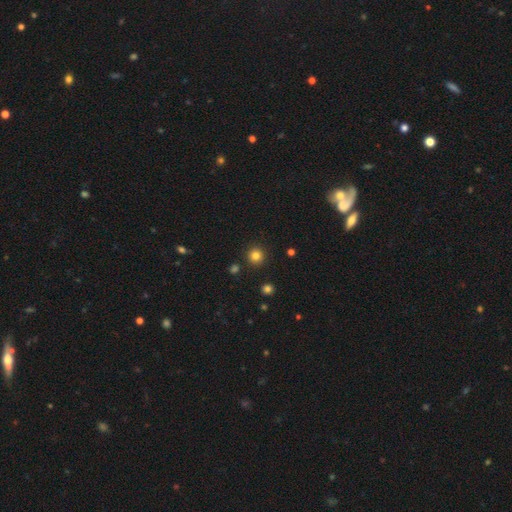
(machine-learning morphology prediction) Smooth or featured: smooth — 82% (star or artifact — 13%)
How rounded: round — 95% (in between — 4%)
Merging: none — 91% (minor disturbance — 5%)